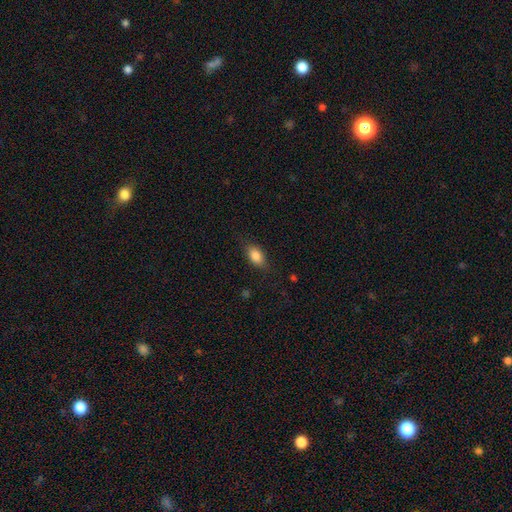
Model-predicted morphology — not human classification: Overall: smooth (83%). How rounded: in between (84%). Merging: none (78%).